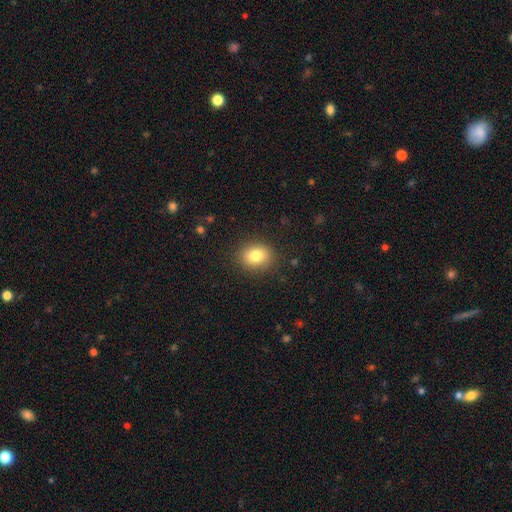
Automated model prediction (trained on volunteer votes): smooth_or_featured: smooth (p=0.81) [alt: star or artifact p=0.10]
how_rounded: round (p=0.55) [alt: in between p=0.45]
merging: none (p=0.87) [alt: minor disturbance p=0.09]